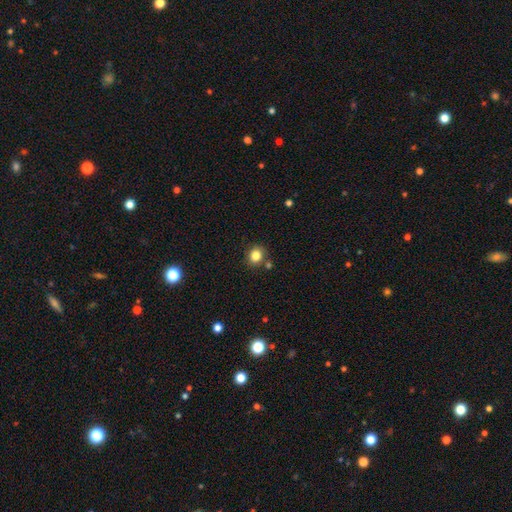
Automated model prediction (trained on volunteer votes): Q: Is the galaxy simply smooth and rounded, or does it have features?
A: smooth — 83%.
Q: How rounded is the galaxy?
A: round — 74%.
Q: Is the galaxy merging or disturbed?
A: none — 80%.